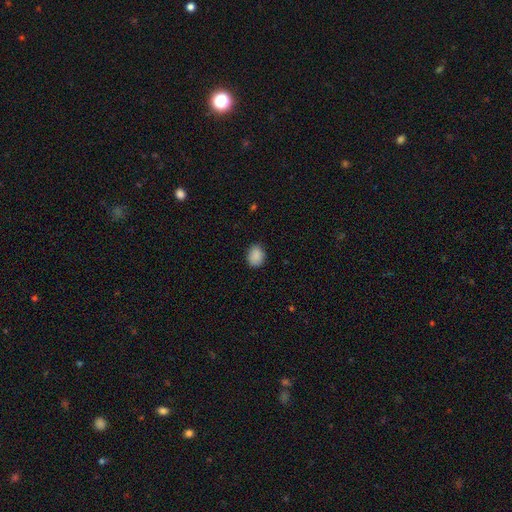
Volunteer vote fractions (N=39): Q: Smooth or featured?
A: smooth (87%); runner-up: star or artifact (8%)
Q: How rounded?
A: in between (59%); runner-up: round (41%)
Q: Merging?
A: none (86%); runner-up: minor disturbance (11%)